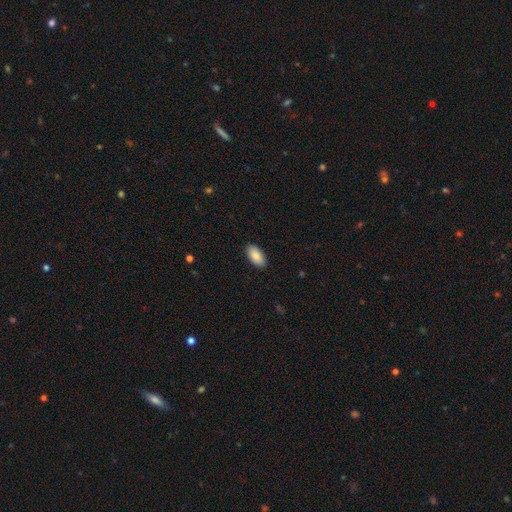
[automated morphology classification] A smooth galaxy with no disk features (88%) that is in between round and cigar-shaped (95%).

Vote fractions:
- Smooth or featured? smooth: 88% / star or artifact: 6% / featured or disk: 6%
- How rounded? in between: 95% / cigar-shaped: 3% / round: 2%
- Merging? none: 89% / minor disturbance: 8% / major disturbance: 2% / merger: 1%